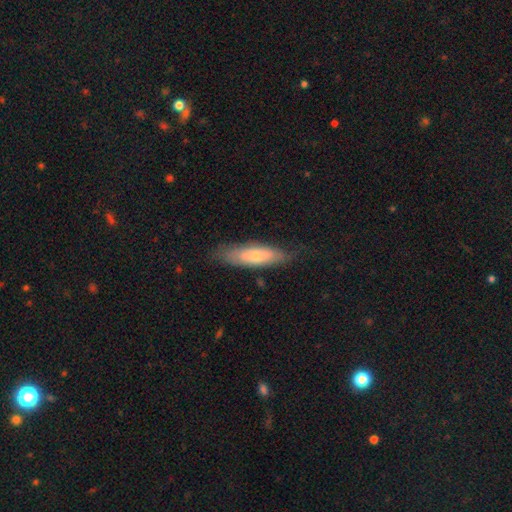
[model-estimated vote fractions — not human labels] Overall: smooth (63%; featured or disk 31%). How rounded: cigar-shaped (52%; in between 47%). Merging: none (73%).